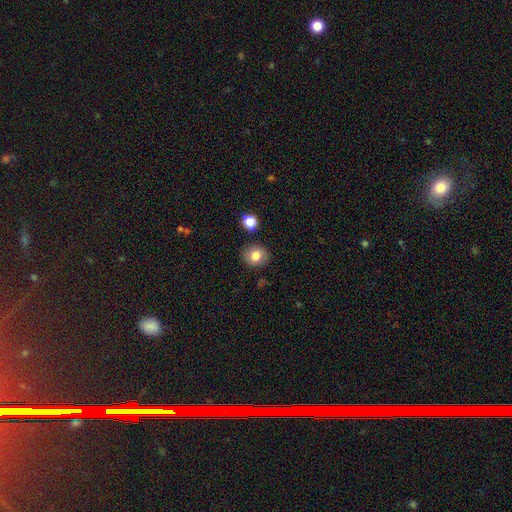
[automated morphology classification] smooth 81%, star or artifact 10%, featured or disk 10%. Down the decision tree: how rounded — round (75%); merging — none (87%).